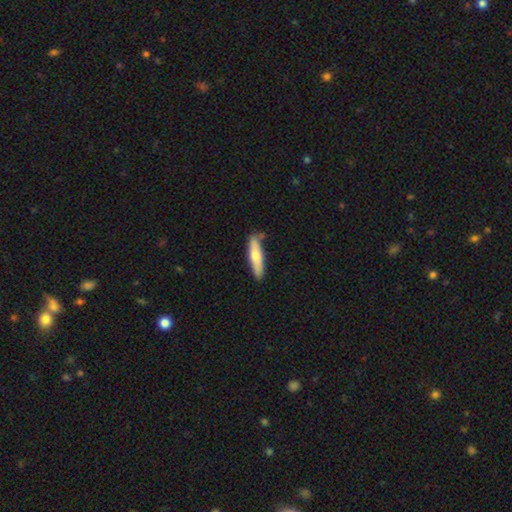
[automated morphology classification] Q: Smooth or featured?
A: smooth (67%); runner-up: featured or disk (27%)
Q: How rounded?
A: cigar-shaped (76%); runner-up: in between (22%)
Q: Merging?
A: none (78%); runner-up: minor disturbance (15%)